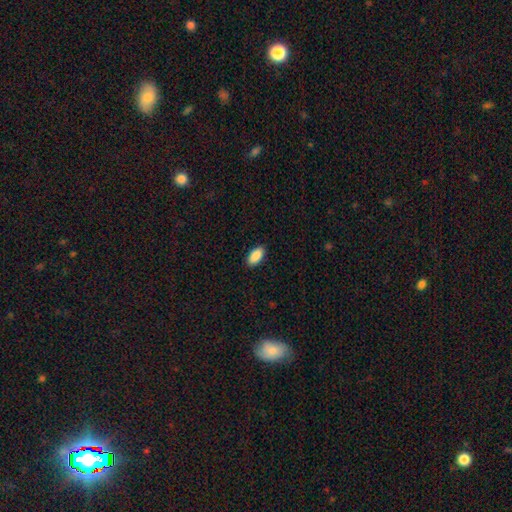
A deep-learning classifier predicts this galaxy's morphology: Smooth or featured? Predicted: smooth (p=0.90). How rounded? Predicted: in between (p=0.93). Merging? Predicted: none (p=0.90).